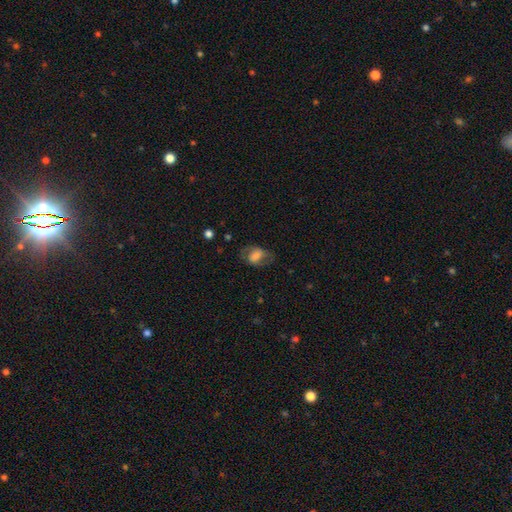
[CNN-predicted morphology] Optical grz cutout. It shows a smooth galaxy with no disk features (58%) that is in between round and cigar-shaped (78%). Merging: none (59%).